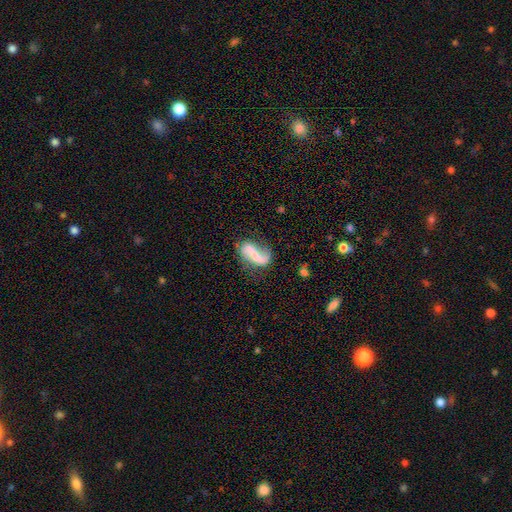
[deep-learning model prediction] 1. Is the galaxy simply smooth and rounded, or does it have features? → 70% featured or disk, 23% smooth, 7% star or artifact.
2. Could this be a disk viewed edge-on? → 96% no, 4% yes.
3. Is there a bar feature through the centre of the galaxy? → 35% strong, 33% weak, 31% no.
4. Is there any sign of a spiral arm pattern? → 88% yes, 12% no.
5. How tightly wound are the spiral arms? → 76% loose, 18% medium, 6% tight.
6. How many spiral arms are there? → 78% 2, 15% 1, 4% can't tell, 1% 3, 1% 4, 1% more than 4.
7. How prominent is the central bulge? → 48% small, 25% none, 22% moderate, 4% large, 2% dominant.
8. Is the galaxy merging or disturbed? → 55% none, 23% minor disturbance, 17% major disturbance, 4% merger.